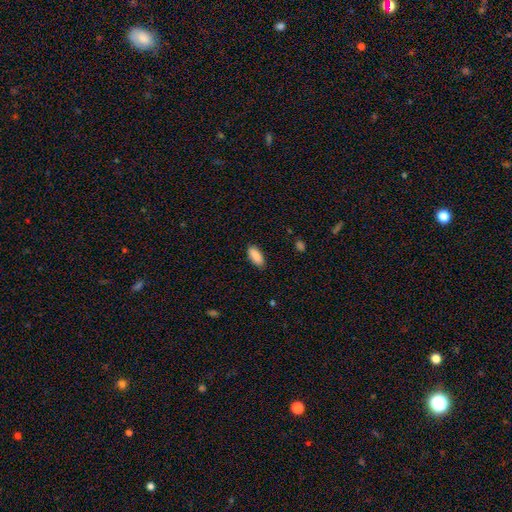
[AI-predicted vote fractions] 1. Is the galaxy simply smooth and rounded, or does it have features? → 89% smooth, 6% star or artifact, 5% featured or disk.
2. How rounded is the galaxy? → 82% in between, 16% cigar-shaped, 2% round.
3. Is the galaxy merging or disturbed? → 86% none, 10% minor disturbance, 2% major disturbance, 1% merger.